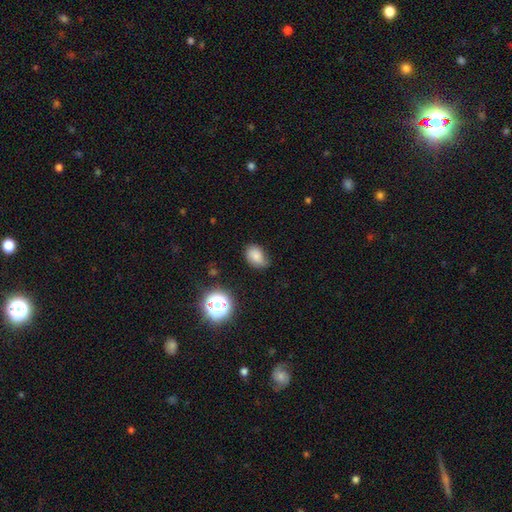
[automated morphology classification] This appears to be a smooth galaxy with no disk features (77%) that is in between round and cigar-shaped (75%). Merging: none (53%).